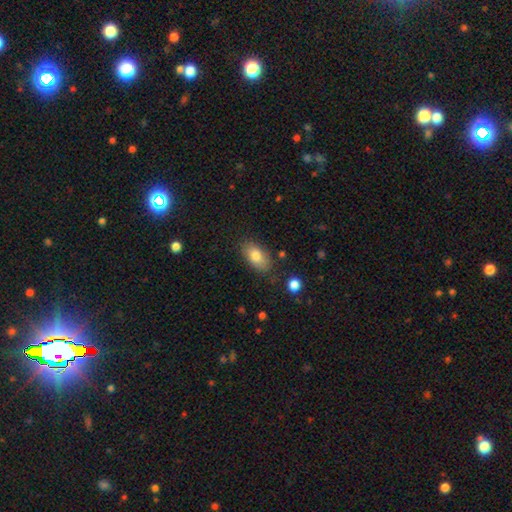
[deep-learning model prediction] The model was most divided on "merging": none: 79%, minor disturbance: 15%, major disturbance: 4%, merger: 2%. More confident: how rounded — in between (91%); smooth or featured — smooth (81%).